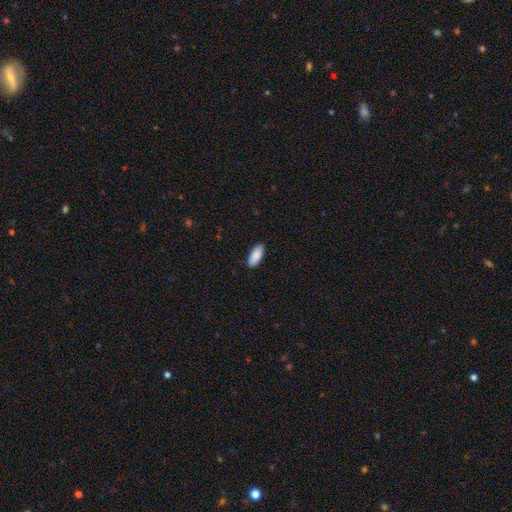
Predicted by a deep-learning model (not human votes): A smooth galaxy with no disk features (89%) that is in between round and cigar-shaped (87%). Merging: none (88%).